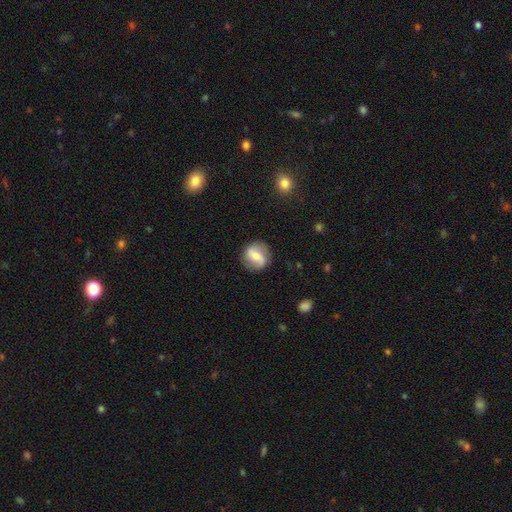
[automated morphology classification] featured or disk 51%, smooth 42%, star or artifact 7%. Down the decision tree: edge-on disk — no (95%); merging — none (81%).